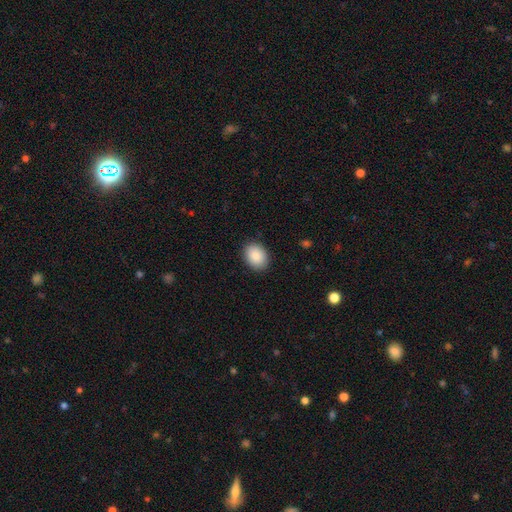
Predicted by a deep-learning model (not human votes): Overall: smooth (87%). How rounded: in between (69%; round 30%). Merging: none (89%).